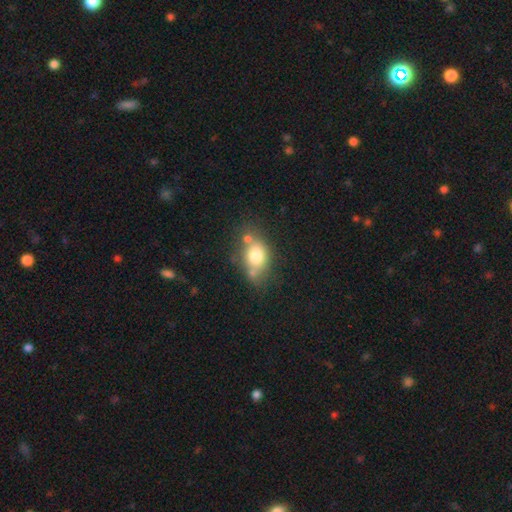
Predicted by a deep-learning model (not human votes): This appears to be a smooth galaxy with no disk features (74%) that is in between round and cigar-shaped (69%). Merging: none (48%).